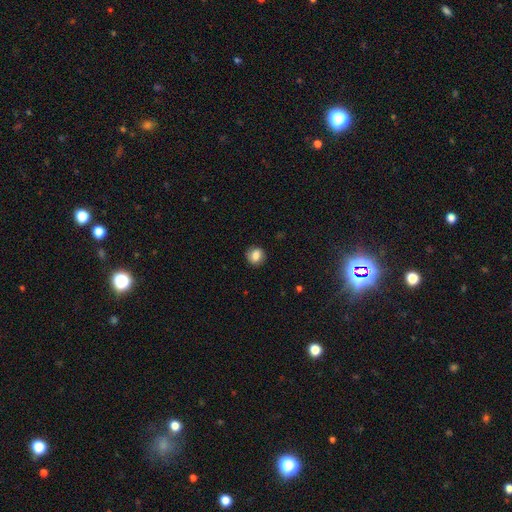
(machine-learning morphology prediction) This is likely a smooth galaxy (76%). How rounded: likely round (76%). Merging: clearly none (83%).